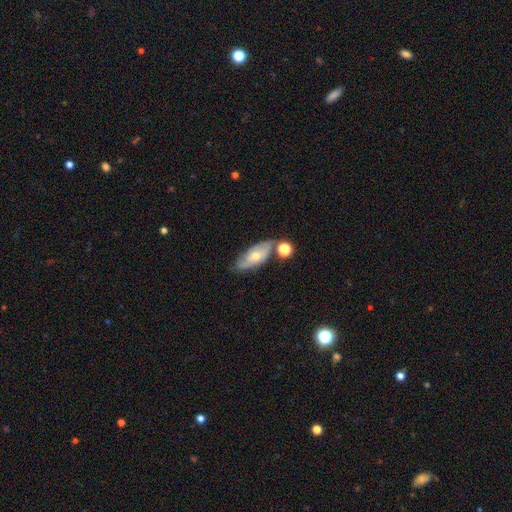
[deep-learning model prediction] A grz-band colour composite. It shows a featured or disk galaxy (56%). Merging: none (64%).